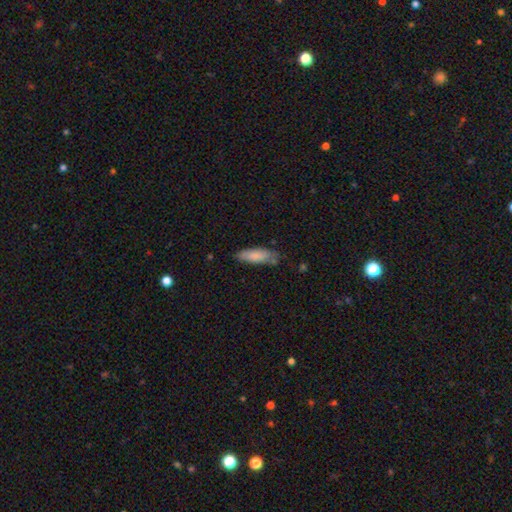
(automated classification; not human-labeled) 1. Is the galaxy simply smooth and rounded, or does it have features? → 83% smooth, 12% featured or disk, 6% star or artifact.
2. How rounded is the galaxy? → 51% in between, 47% cigar-shaped, 1% round.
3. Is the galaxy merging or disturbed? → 72% none, 21% minor disturbance, 4% major disturbance, 3% merger.